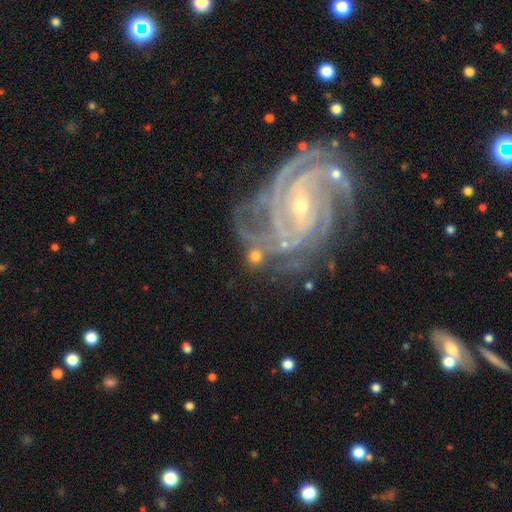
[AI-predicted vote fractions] This is possibly a featured or disk galaxy (46%). Merging: likely none (63%).